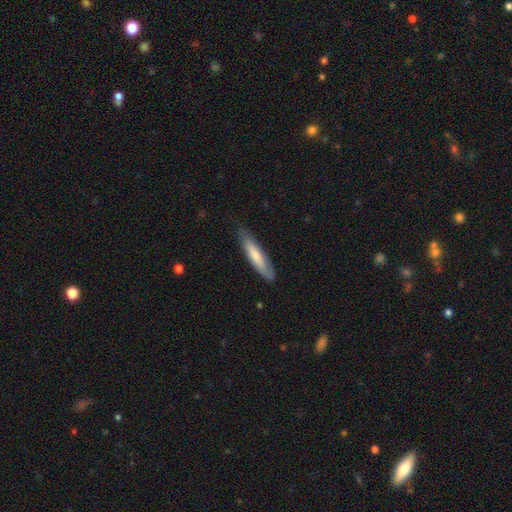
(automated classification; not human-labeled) Morphology: type=smooth (71%); roundness=cigar-shaped (81%); merging=none (79%).